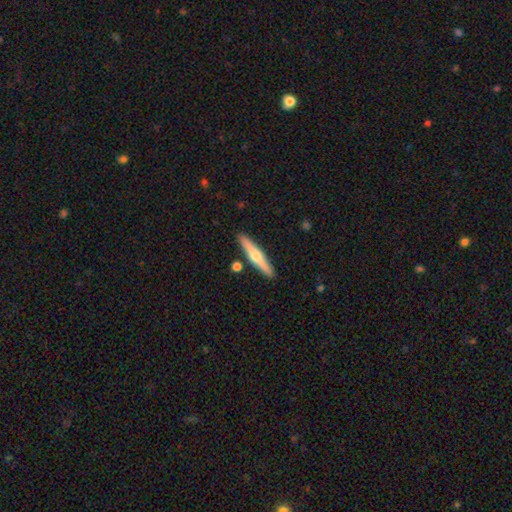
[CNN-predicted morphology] The model was most divided on "smooth or featured": featured or disk: 58%, smooth: 37%, star or artifact: 5%. More confident: edge-on disk — yes (97%); edge-on bulge — rounded (92%); merging — none (89%).